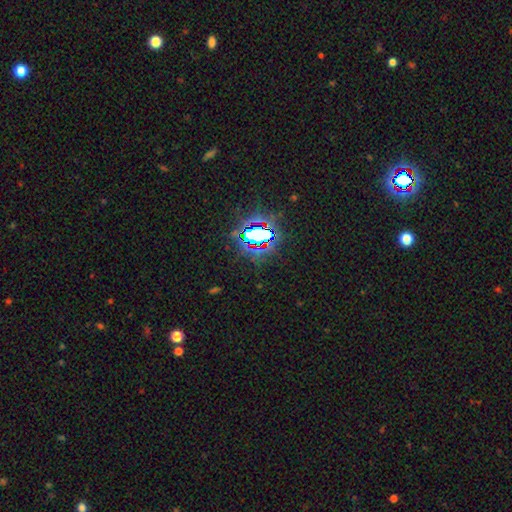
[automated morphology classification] The model was most divided on "smooth or featured": star or artifact: 82%, smooth: 10%, featured or disk: 7%.